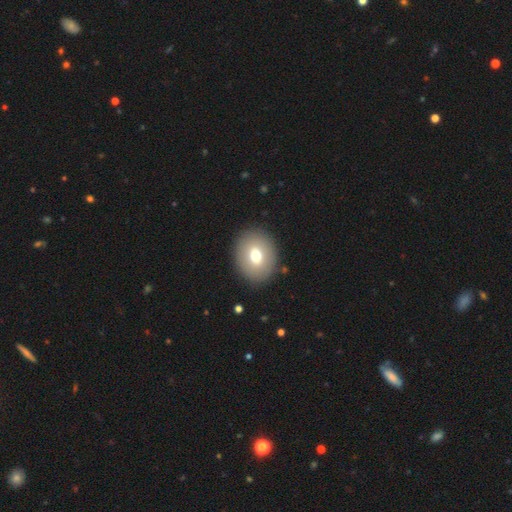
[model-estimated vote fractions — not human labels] smooth_or_featured: smooth (p=0.68) [alt: featured or disk p=0.23]
how_rounded: round (p=0.50) [alt: in between p=0.49]
merging: none (p=0.88) [alt: minor disturbance p=0.07]